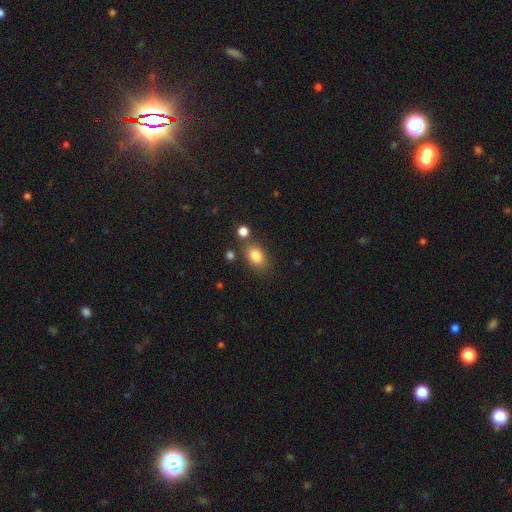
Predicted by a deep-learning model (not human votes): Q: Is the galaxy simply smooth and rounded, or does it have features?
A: smooth — 84%.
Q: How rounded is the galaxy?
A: in between — 81%.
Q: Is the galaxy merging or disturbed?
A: none — 74%.